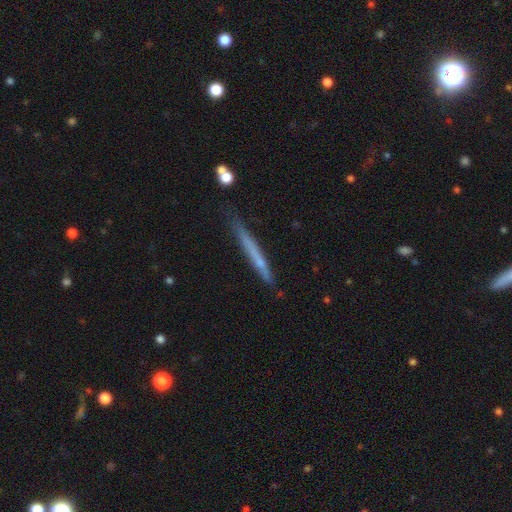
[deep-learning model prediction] This is possibly a smooth galaxy (49%). Merging: likely none (79%).